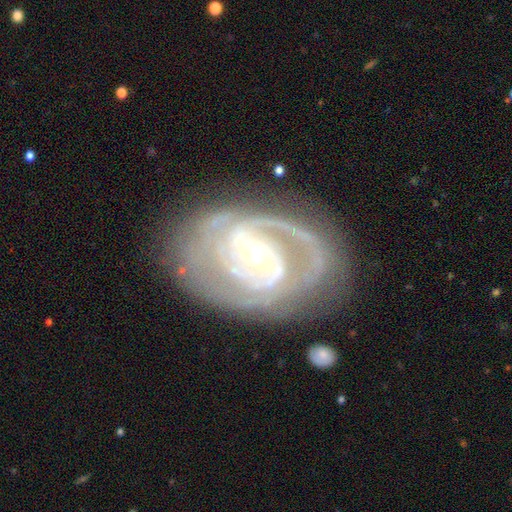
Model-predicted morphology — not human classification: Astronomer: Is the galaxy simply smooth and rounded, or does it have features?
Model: featured or disk — 91%.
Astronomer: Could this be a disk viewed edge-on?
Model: no — 97%.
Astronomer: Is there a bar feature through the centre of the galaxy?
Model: weak — 44% (runner-up: no, 32%).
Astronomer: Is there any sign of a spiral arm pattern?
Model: yes — 97%.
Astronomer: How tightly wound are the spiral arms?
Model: tight — 55% (runner-up: medium, 38%).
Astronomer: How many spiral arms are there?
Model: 2 — 52%.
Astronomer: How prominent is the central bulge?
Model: small — 51% (runner-up: moderate, 45%).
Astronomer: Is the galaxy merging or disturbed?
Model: none — 72%.